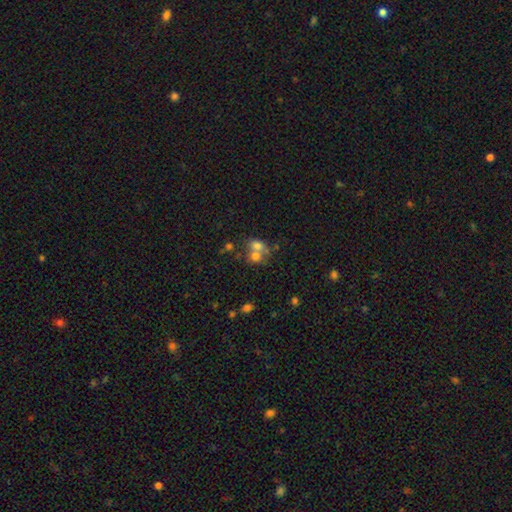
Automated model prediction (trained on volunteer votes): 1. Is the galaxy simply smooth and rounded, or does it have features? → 66% smooth, 20% featured or disk, 14% star or artifact.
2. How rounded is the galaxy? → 50% in between, 48% round, 1% cigar-shaped.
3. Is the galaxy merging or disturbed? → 62% merger, 26% none, 7% minor disturbance, 5% major disturbance.